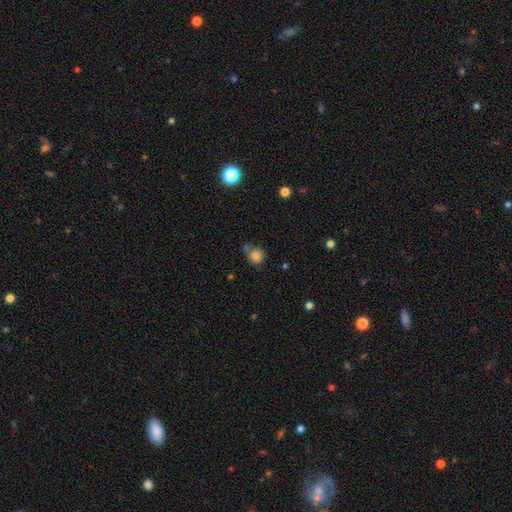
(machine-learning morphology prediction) smooth_or_featured: smooth (p=0.82) [alt: star or artifact p=0.12]
how_rounded: round (p=0.89) [alt: in between p=0.10]
merging: none (p=0.62) [alt: merger p=0.19]